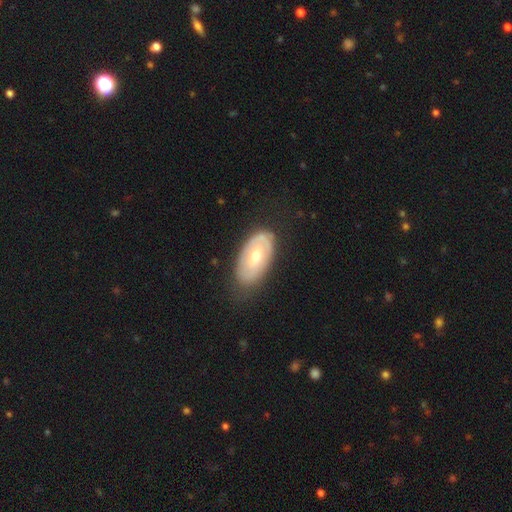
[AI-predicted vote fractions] smooth-or-featured: featured or disk: 59% | smooth: 36% | star or artifact: 6%
  disk-edge-on: no: 91% | yes: 9%
    bar: no: 70% | weak: 24% | strong: 5%
    has-spiral-arms: yes: 58% | no: 42%
    bulge-size: moderate: 63% | small: 30% | large: 5% | none: 1% | dominant: 1%
  merging: none: 71% | minor disturbance: 21% | major disturbance: 6% | merger: 1%